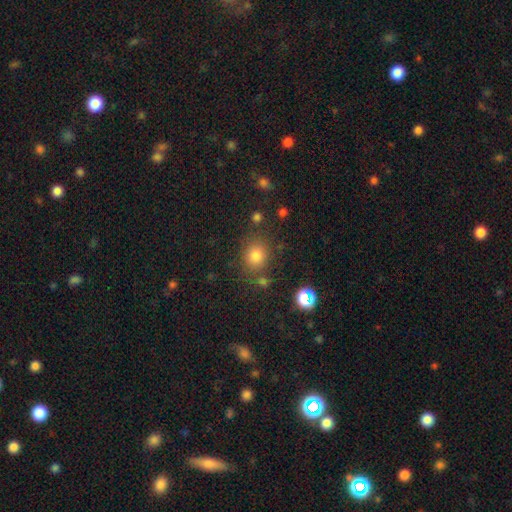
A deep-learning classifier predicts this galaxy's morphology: smooth_or_featured: smooth (p=0.79) [alt: star or artifact p=0.15]
how_rounded: round (p=0.72) [alt: in between p=0.27]
merging: none (p=0.78) [alt: minor disturbance p=0.11]